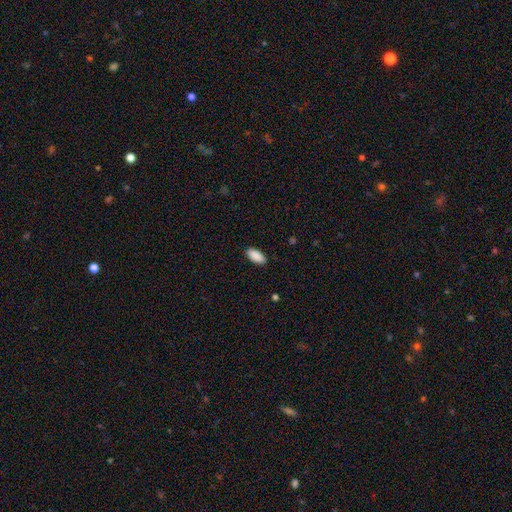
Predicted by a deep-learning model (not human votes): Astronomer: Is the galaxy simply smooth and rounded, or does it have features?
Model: smooth — 91%.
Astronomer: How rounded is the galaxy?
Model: in between — 90%.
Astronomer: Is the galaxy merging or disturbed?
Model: none — 90%.